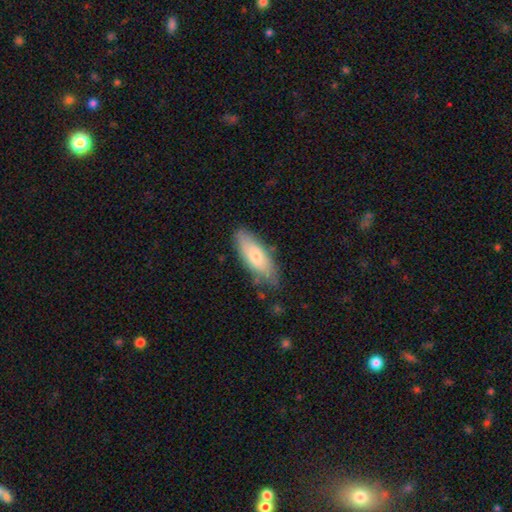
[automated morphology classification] Overall: smooth (68%). How rounded: in between (57%; cigar-shaped 41%). Merging: none (79%).